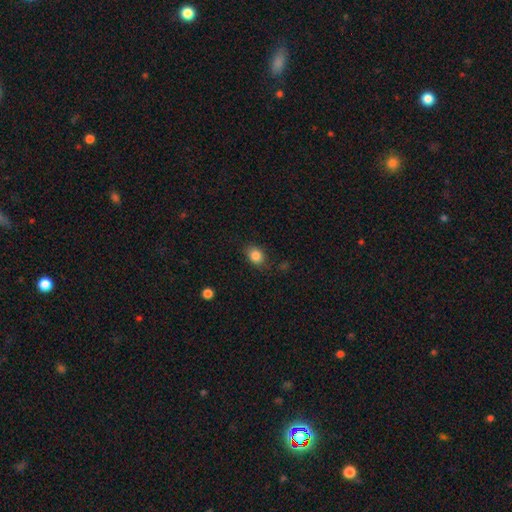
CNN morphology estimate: type=smooth (85%); roundness=in between (56%); merging=none (78%).